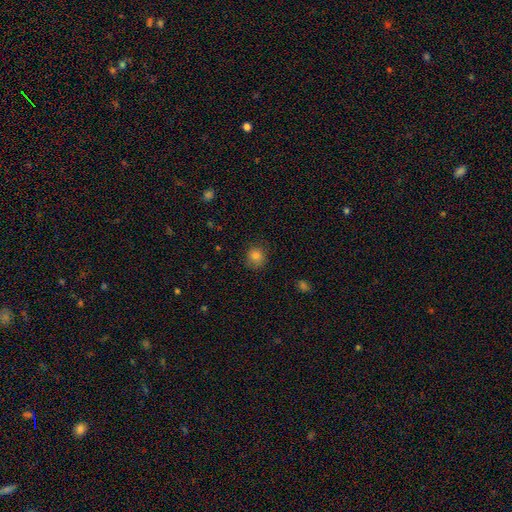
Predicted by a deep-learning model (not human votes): Overall: smooth (82%). How rounded: round (87%). Merging: none (82%).